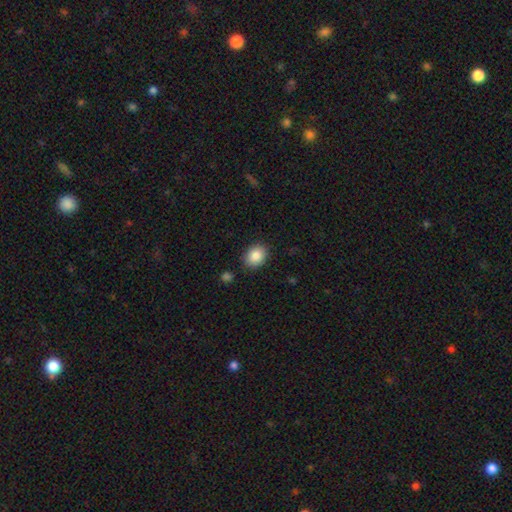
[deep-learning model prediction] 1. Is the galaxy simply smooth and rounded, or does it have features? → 86% smooth, 8% star or artifact, 6% featured or disk.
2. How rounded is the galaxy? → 60% in between, 39% round, 1% cigar-shaped.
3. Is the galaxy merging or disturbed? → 87% none, 9% minor disturbance, 2% major disturbance, 2% merger.